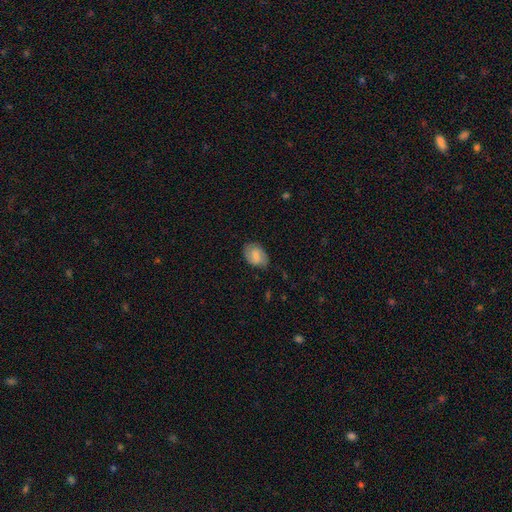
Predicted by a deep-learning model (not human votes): A smooth galaxy with no disk features (63%) that is in between round and cigar-shaped (84%). Merging: none (74%).